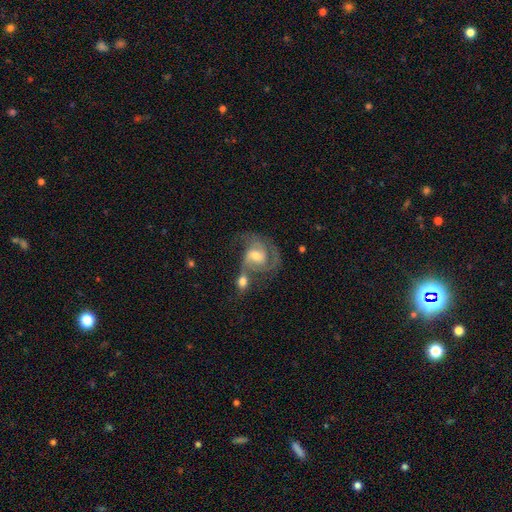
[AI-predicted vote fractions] This is clearly a featured or disk galaxy (81%). It is clearly not viewed edge-on (97%). Bar: possibly weak (54%). Spiral arm pattern: clearly yes (94%). Spiral arm count: likely 2 (70%). Spiral winding: possibly medium (53%). Central bulge: likely moderate (61%). Merging: marginally merger (37%).